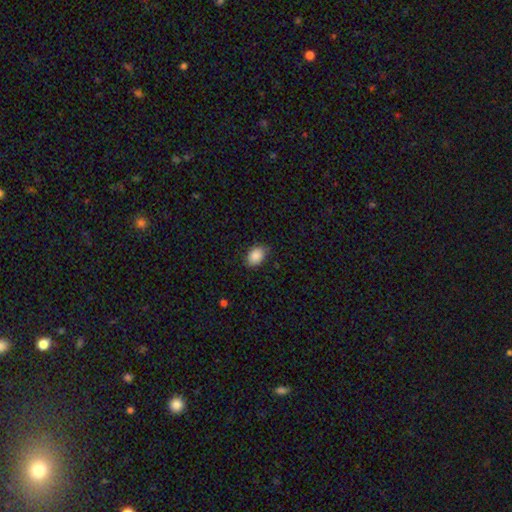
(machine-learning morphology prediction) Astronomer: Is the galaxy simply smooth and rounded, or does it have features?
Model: smooth — 88%.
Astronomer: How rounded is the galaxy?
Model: in between — 81%.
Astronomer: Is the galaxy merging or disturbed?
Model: none — 81%.